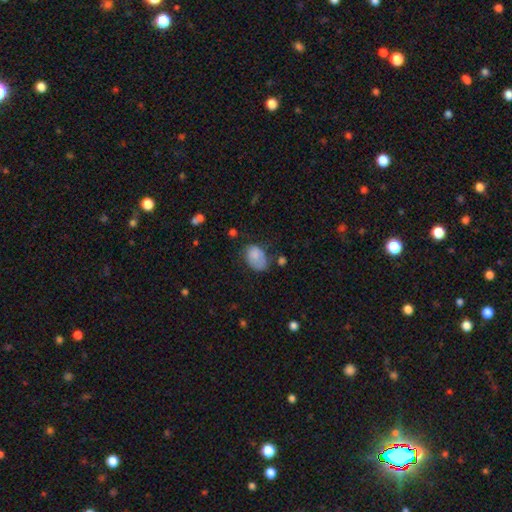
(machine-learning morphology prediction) A smooth galaxy with no disk features (79%) that is in between round and cigar-shaped (81%).

Vote fractions:
- Smooth or featured? smooth: 79% / featured or disk: 12% / star or artifact: 9%
- How rounded? in between: 81% / round: 18% / cigar-shaped: 1%
- Merging? none: 44% / minor disturbance: 34% / major disturbance: 17% / merger: 5%